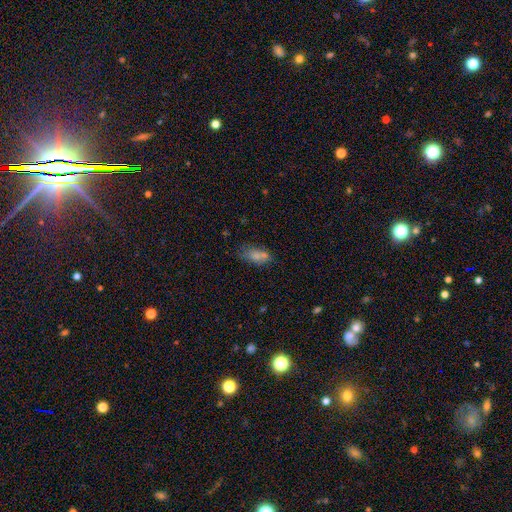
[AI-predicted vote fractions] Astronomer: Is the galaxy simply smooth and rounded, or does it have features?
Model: smooth — 69%.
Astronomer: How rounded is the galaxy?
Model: in between — 81%.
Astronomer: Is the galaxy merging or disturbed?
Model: none — 56%.